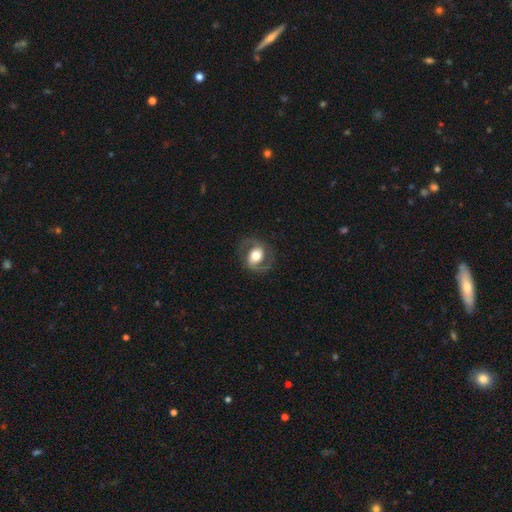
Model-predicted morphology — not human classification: Q: Smooth or featured?
A: featured or disk (71%); runner-up: smooth (22%)
Q: Edge-on disk?
A: no (96%); runner-up: yes (4%)
Q: Bar?
A: no (40%); runner-up: weak (36%)
Q: Spiral arms?
A: yes (85%); runner-up: no (15%)
Q: Spiral winding?
A: medium (54%); runner-up: loose (24%)
Q: Spiral arm count?
A: 2 (90%); runner-up: can't tell (4%)
Q: Bulge size?
A: moderate (53%); runner-up: large (37%)
Q: Merging?
A: none (79%); runner-up: minor disturbance (13%)